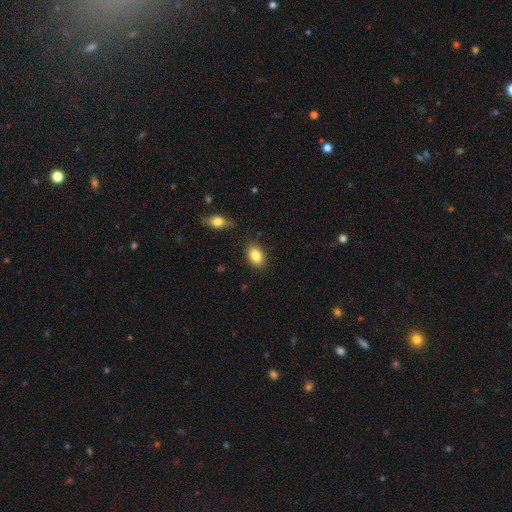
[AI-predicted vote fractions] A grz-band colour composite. It shows a smooth galaxy with no disk features (84%) that is in between round and cigar-shaped (81%). Merging: none (84%).